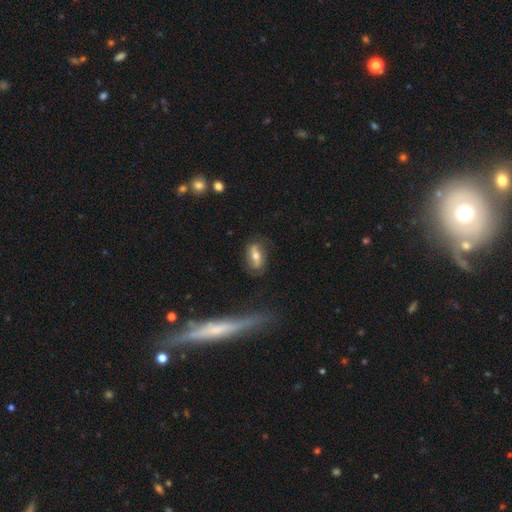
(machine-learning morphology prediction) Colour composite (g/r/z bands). It shows a featured or disk galaxy (51%). Merging: none (72%).